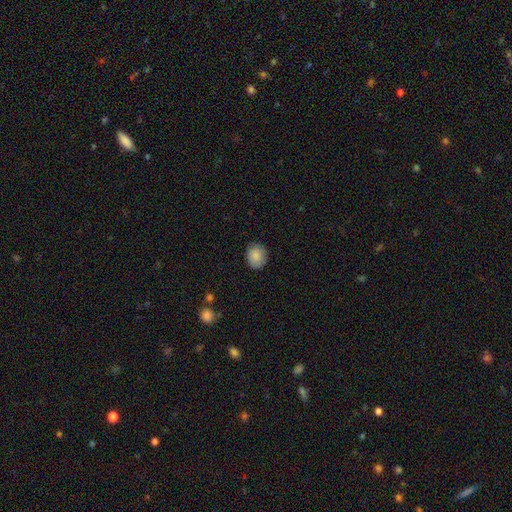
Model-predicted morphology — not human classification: Q: Smooth or featured?
A: smooth (86%); runner-up: star or artifact (7%)
Q: How rounded?
A: round (63%); runner-up: in between (36%)
Q: Merging?
A: none (84%); runner-up: minor disturbance (13%)